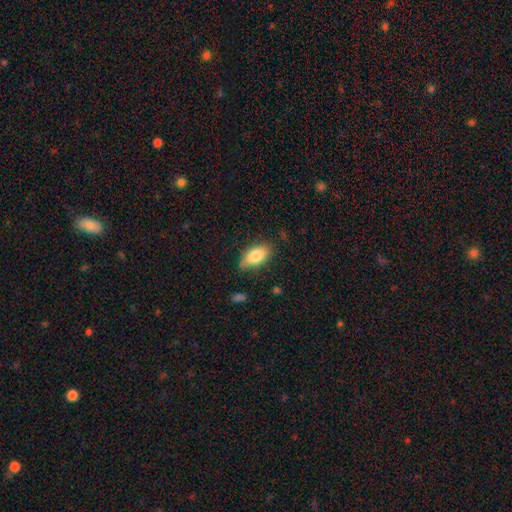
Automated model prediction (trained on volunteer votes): smooth_or_featured: smooth (p=0.83) [alt: featured or disk p=0.10]
how_rounded: in between (p=0.90) [alt: cigar-shaped p=0.07]
merging: none (p=0.75) [alt: minor disturbance p=0.19]